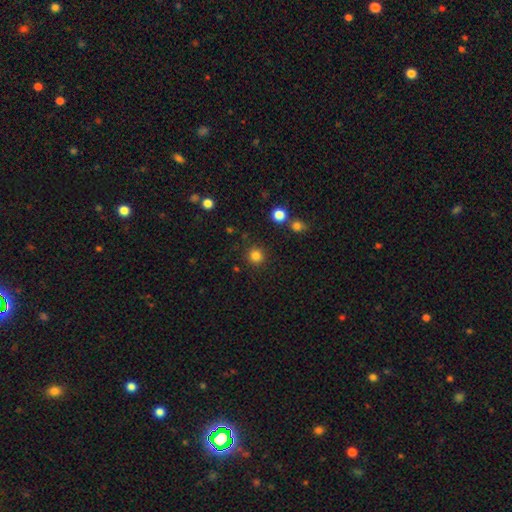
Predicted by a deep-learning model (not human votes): smooth 82%, star or artifact 13%, featured or disk 4%. Down the decision tree: how rounded — round (93%); merging — none (88%).